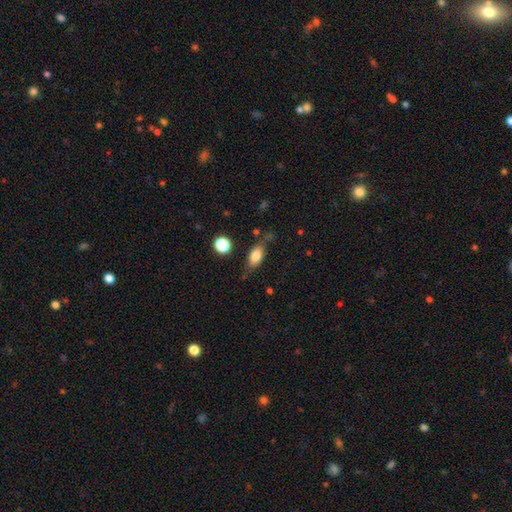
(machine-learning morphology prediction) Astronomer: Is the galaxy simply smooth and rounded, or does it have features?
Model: smooth — 76%.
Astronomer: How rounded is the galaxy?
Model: in between — 83%.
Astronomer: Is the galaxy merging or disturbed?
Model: none — 64%.